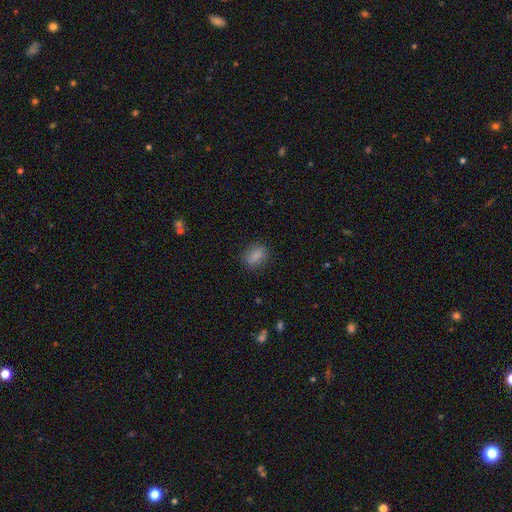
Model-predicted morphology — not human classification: type=smooth (85%); roundness=in between (72%); merging=none (83%).